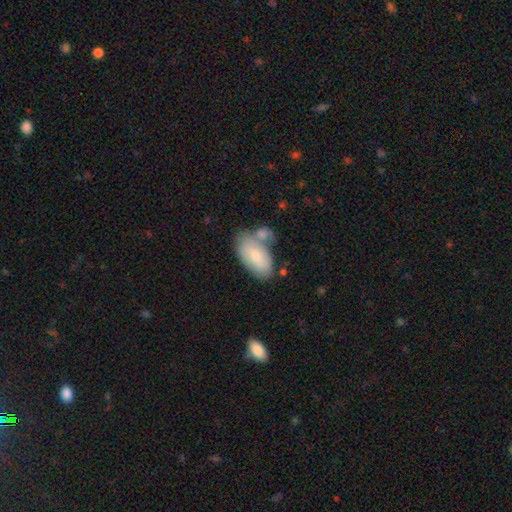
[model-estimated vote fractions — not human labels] A smooth galaxy with no disk features (76%) that is in between round and cigar-shaped (94%).

Vote fractions:
- Smooth or featured? smooth: 76% / featured or disk: 18% / star or artifact: 6%
- How rounded? in between: 94% / round: 3% / cigar-shaped: 3%
- Merging? none: 48% / merger: 27% / minor disturbance: 19% / major disturbance: 6%